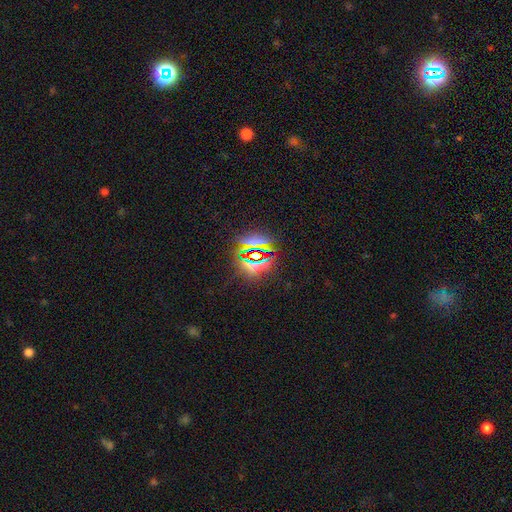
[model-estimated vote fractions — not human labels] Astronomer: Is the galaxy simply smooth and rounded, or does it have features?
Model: star or artifact — 77%.